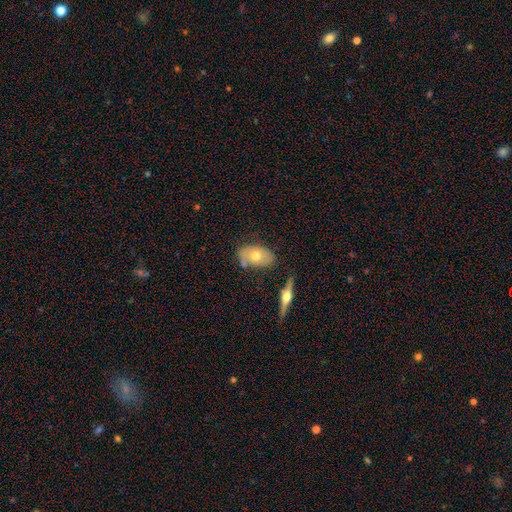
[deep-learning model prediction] smooth_or_featured: smooth (p=0.58) [alt: featured or disk p=0.34]
how_rounded: in between (p=0.87) [alt: round p=0.10]
merging: none (p=0.68) [alt: minor disturbance p=0.18]